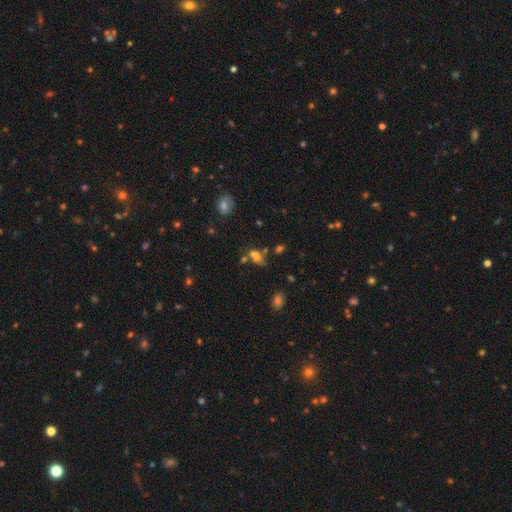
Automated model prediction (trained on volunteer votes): This appears to be a smooth galaxy with no disk features (59%) that is in between round and cigar-shaped (72%). Merging: merger (39%).